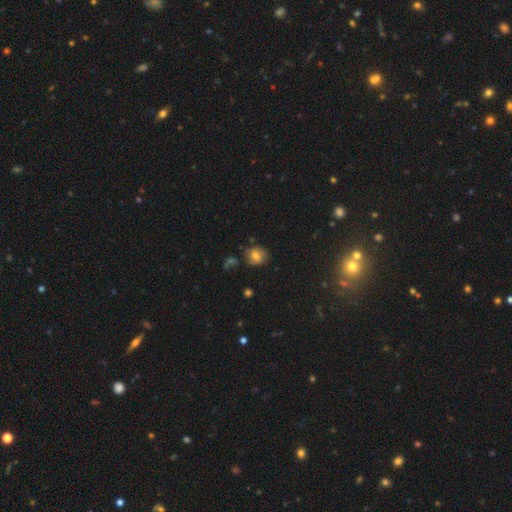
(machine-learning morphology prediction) smooth_or_featured: smooth (p=0.66) [alt: featured or disk p=0.20]
how_rounded: round (p=0.73) [alt: in between p=0.26]
merging: none (p=0.72) [alt: minor disturbance p=0.18]